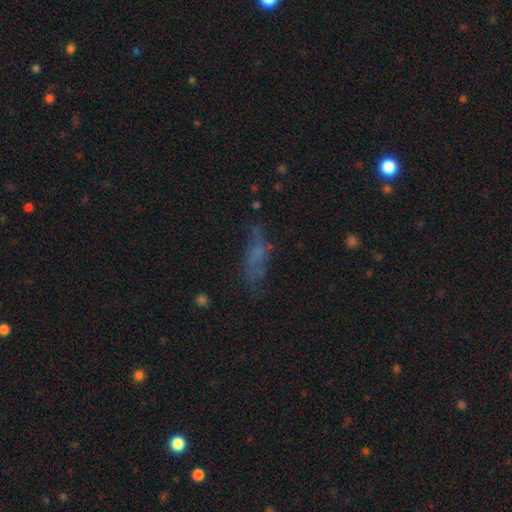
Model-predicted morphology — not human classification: This is marginally a smooth galaxy (44%). Merging: possibly none (50%).